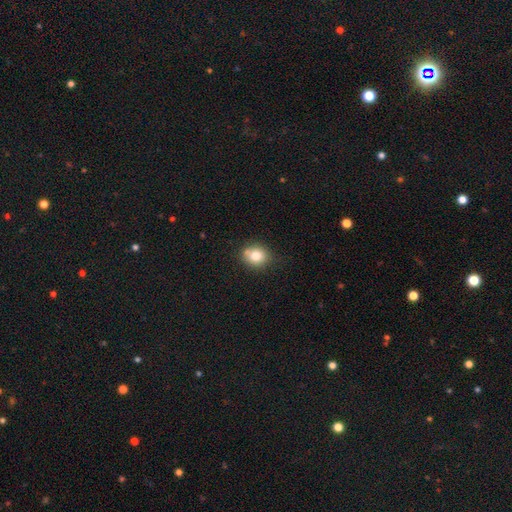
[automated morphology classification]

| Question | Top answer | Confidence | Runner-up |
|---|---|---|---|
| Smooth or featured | smooth | 79% | star or artifact (11%) |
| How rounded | round | 70% | in between (29%) |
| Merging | none | 73% | minor disturbance (17%) |